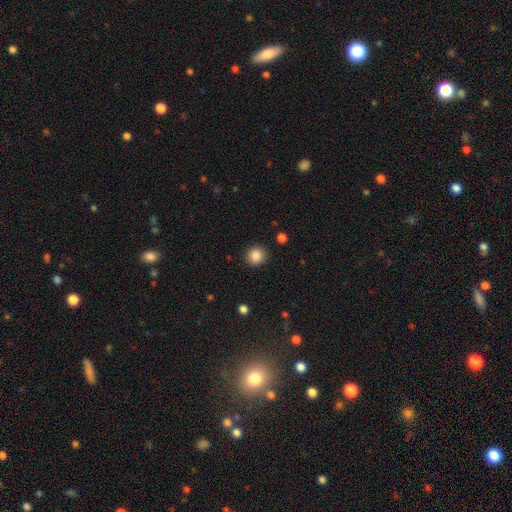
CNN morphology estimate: This is clearly a smooth galaxy (85%). How rounded: clearly round (91%). Merging: clearly none (92%).